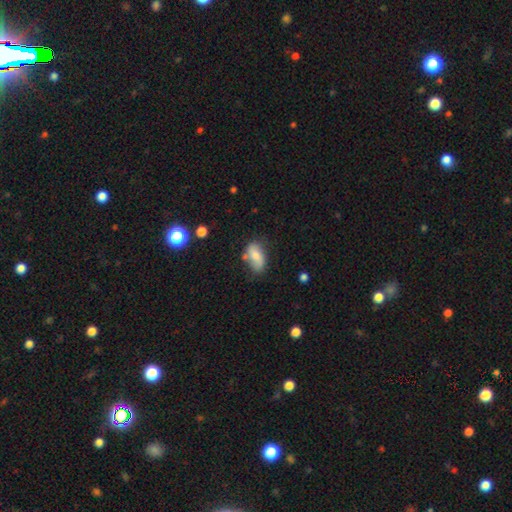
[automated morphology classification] type=smooth (70%); roundness=in between (89%); merging=none (56%).